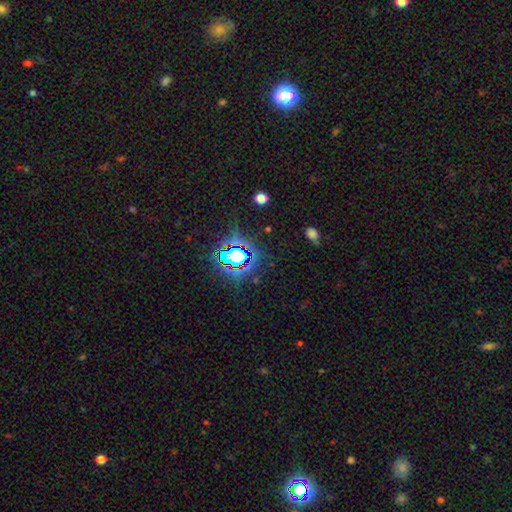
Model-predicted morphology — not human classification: Smooth or featured: star or artifact — 80% (smooth — 13%)